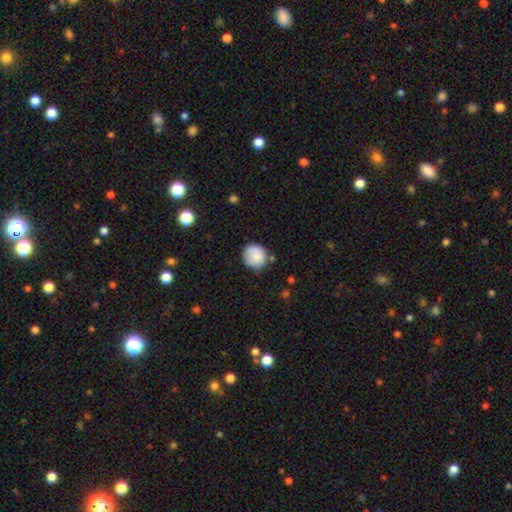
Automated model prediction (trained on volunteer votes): A smooth galaxy with no disk features (84%) that is round (90%).

Vote fractions:
- Smooth or featured? smooth: 84% / featured or disk: 8% / star or artifact: 8%
- How rounded? round: 90% / in between: 9% / cigar-shaped: 1%
- Merging? none: 70% / minor disturbance: 22% / major disturbance: 5% / merger: 4%